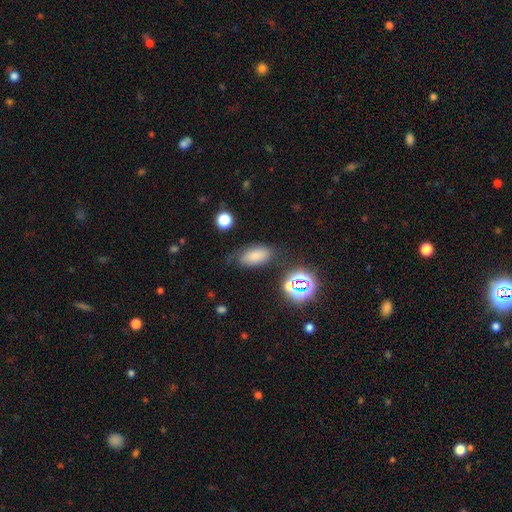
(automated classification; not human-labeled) Smooth or featured? Predicted: smooth (p=0.74). How rounded? Predicted: in between (p=0.88). Merging? Predicted: none (p=0.71).